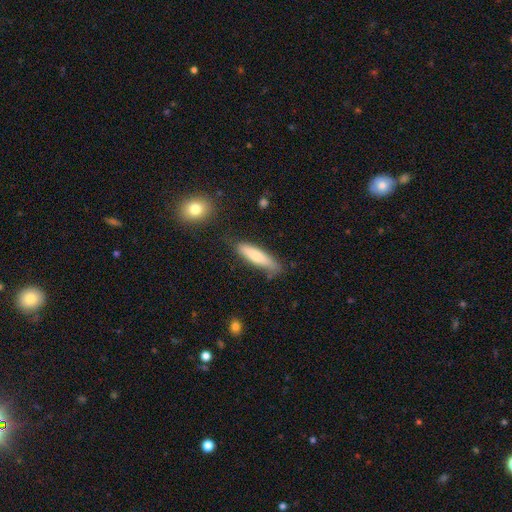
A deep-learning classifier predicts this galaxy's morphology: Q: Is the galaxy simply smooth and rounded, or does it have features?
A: smooth — 76%.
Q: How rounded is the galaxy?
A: cigar-shaped — 76%.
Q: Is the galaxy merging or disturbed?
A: none — 73%.